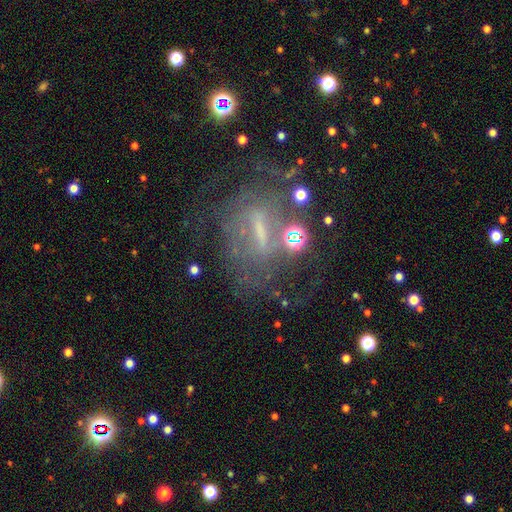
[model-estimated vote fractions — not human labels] A featured or disk galaxy (61%). Merging: none (55%).